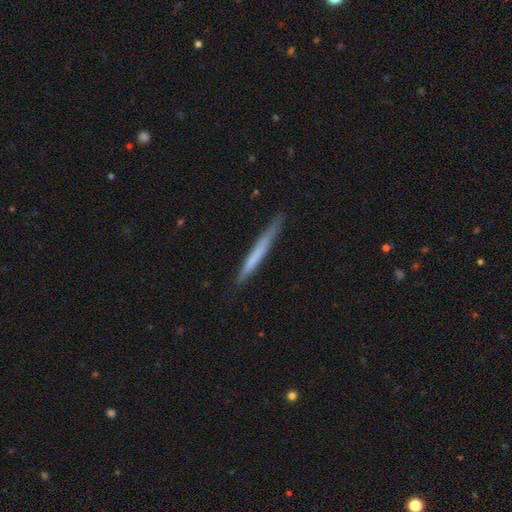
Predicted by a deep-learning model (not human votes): Overall: smooth (59%; featured or disk 35%). How rounded: cigar-shaped (97%). Merging: none (83%).